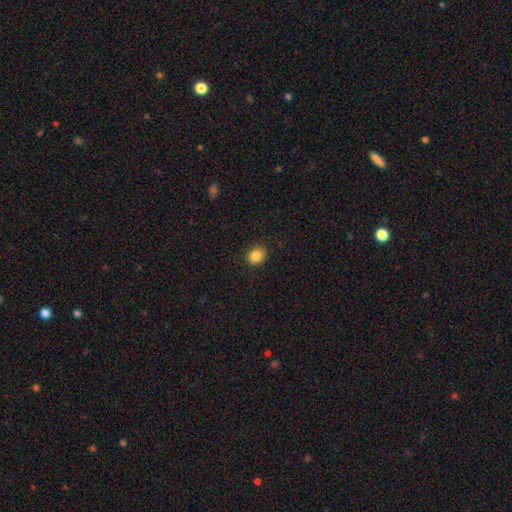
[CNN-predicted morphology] This is clearly a smooth galaxy (85%). How rounded: likely round (66%). Merging: clearly none (89%).